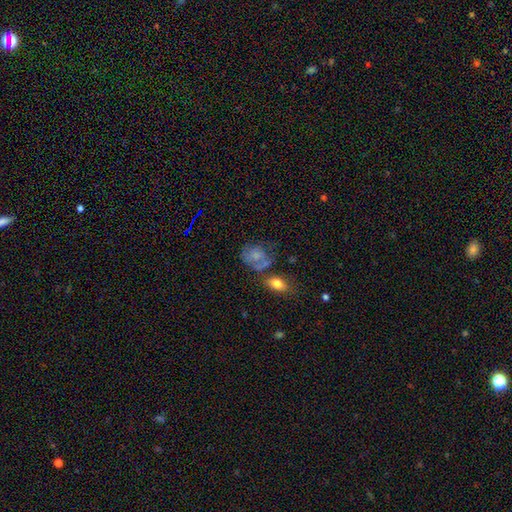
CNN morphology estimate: smooth_or_featured: smooth (p=0.62) [alt: featured or disk p=0.28]
how_rounded: in between (p=0.55) [alt: round p=0.43]
merging: none (p=0.36) [alt: minor disturbance p=0.26]